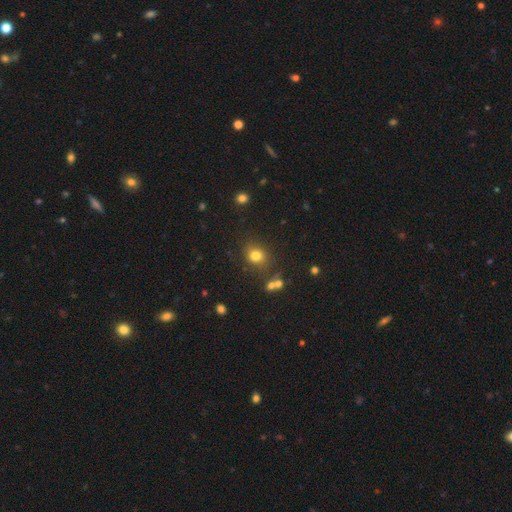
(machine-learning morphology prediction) Smooth or featured? Predicted: smooth (p=0.78). How rounded? Predicted: round (p=0.70). Merging? Predicted: none (p=0.78).